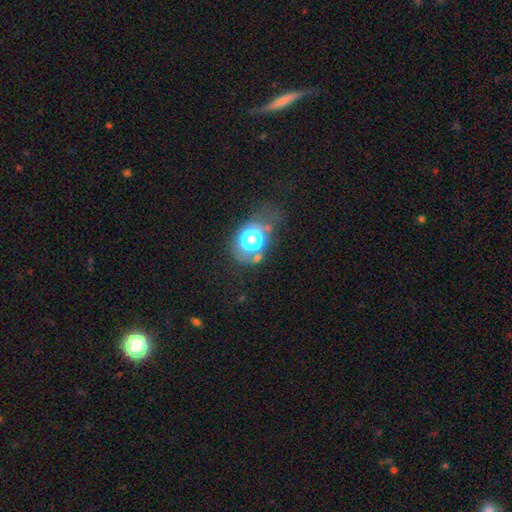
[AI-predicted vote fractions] Smooth or featured: smooth — 51% (star or artifact — 28%)
How rounded: round — 53% (in between — 45%)
Merging: none — 47% (major disturbance — 25%)